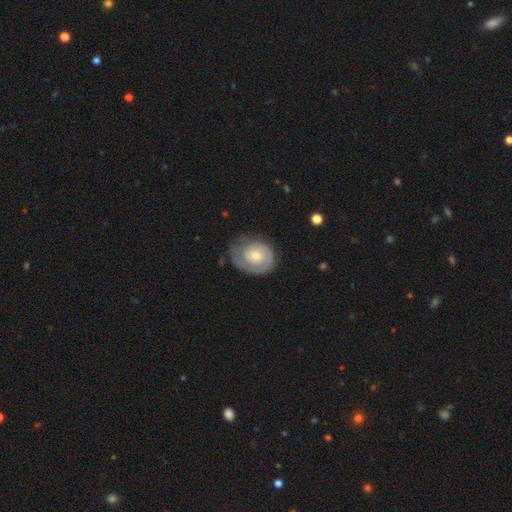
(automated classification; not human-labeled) featured or disk 52%, smooth 42%, star or artifact 6%. Down the decision tree: edge-on disk — no (97%); bar — no (84%); spiral arms — yes (71%); bulge size — small (47%); merging — none (50%).